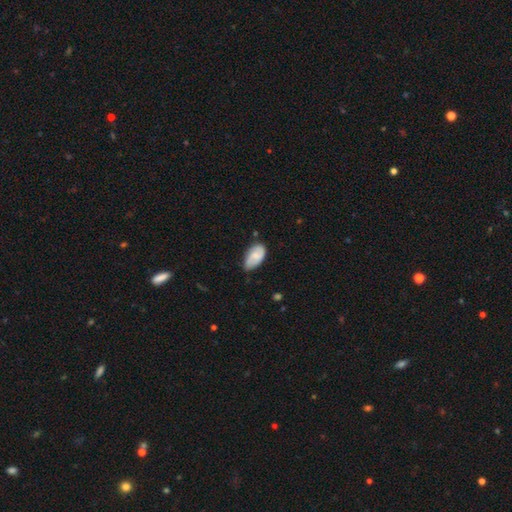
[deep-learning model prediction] smooth-or-featured: smooth: 58% | featured or disk: 35% | star or artifact: 7%
  how-rounded: in between: 94% | round: 4% | cigar-shaped: 2%
  merging: none: 58% | minor disturbance: 34% | major disturbance: 6% | merger: 2%